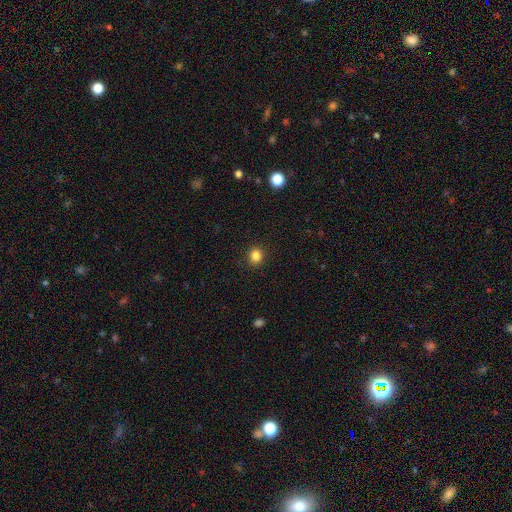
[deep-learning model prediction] Overall: smooth (84%). How rounded: round (81%). Merging: none (91%).